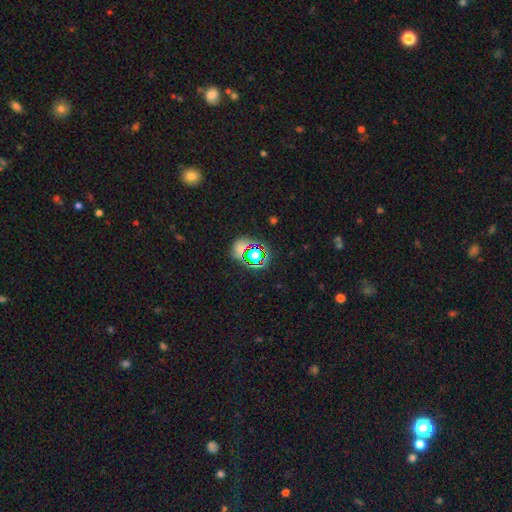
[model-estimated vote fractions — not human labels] star or artifact 61%, smooth 28%, featured or disk 11%.